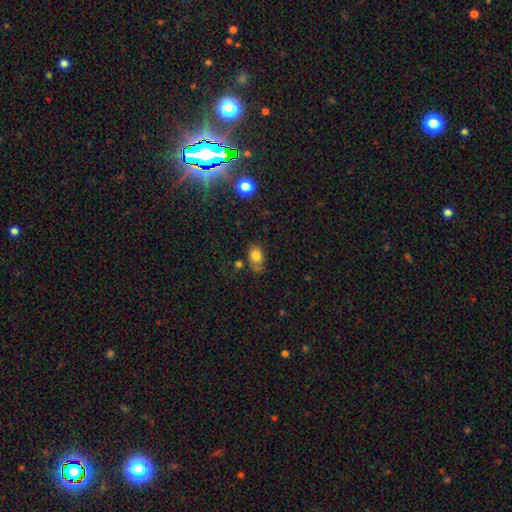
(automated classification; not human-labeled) Smooth or featured: smooth — 80% (star or artifact — 10%)
How rounded: in between — 79% (round — 19%)
Merging: none — 54% (minor disturbance — 28%)